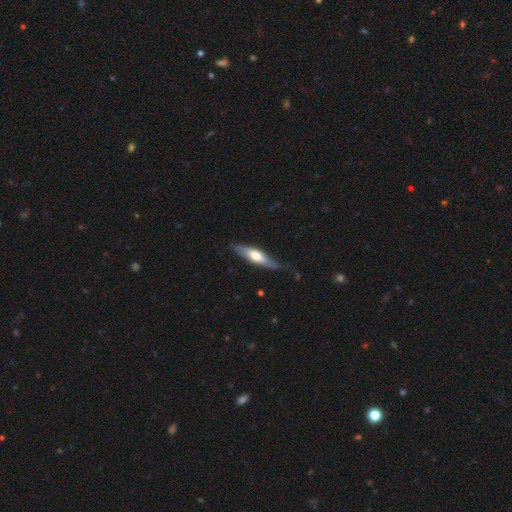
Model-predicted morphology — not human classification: The model was most divided on "smooth or featured": smooth: 51%, featured or disk: 44%, star or artifact: 5%. More confident: merging — none (74%); how rounded — cigar-shaped (66%).